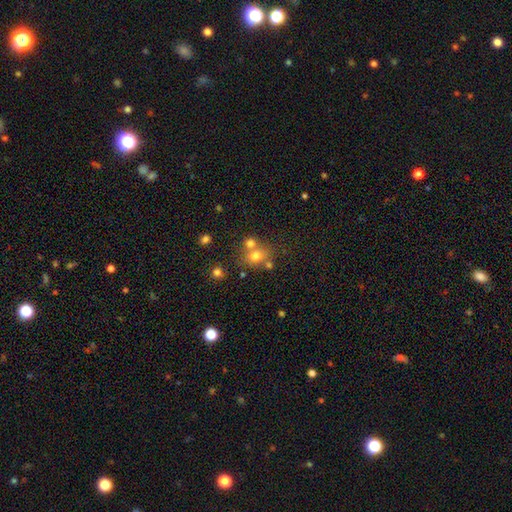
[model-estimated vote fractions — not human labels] Smooth or featured? smooth (71%)
How rounded? round (64%)
Merging? none (53%)